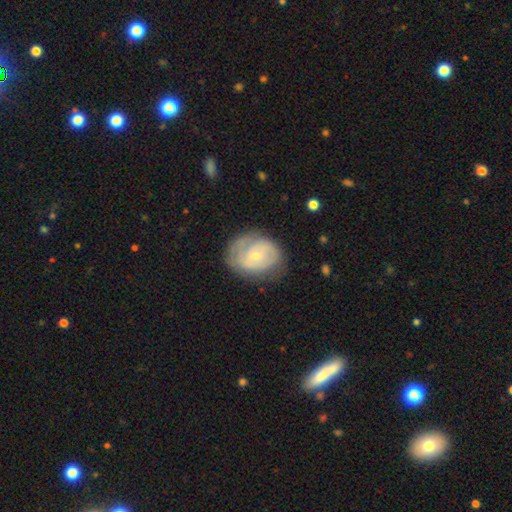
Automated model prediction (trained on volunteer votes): A featured or disk galaxy (63%) with no bar (69%), spiral arms (73%) and a small central bulge (71%).

Vote fractions:
- Smooth or featured? featured or disk: 63% / smooth: 31% / star or artifact: 6%
- Edge-on disk? no: 97% / yes: 3%
- Bar? no: 69% / weak: 26% / strong: 5%
- Spiral arms? yes: 73% / no: 27%
- Bulge size? small: 71% / moderate: 24% / none: 2% / large: 2% / dominant: 1%
- Merging? none: 65% / minor disturbance: 23% / major disturbance: 11% / merger: 1%